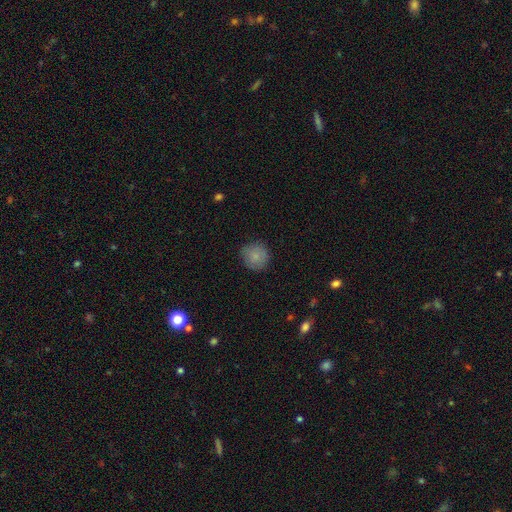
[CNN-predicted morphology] smooth 84%, star or artifact 8%, featured or disk 8%. Down the decision tree: how rounded — round (90%); merging — none (83%).